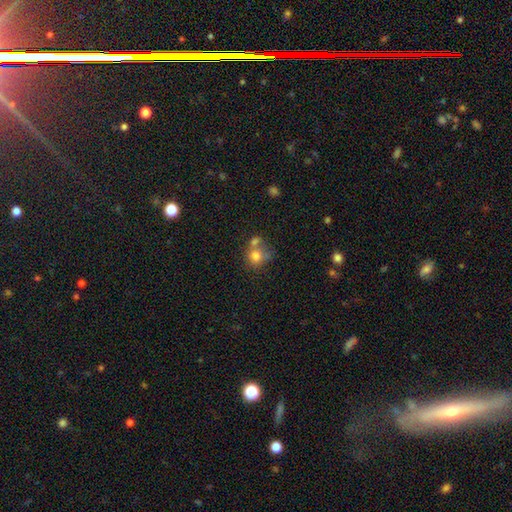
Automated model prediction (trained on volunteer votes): Smooth or featured? Predicted: smooth (p=0.76). How rounded? Predicted: round (p=0.76). Merging? Predicted: merger (p=0.41).